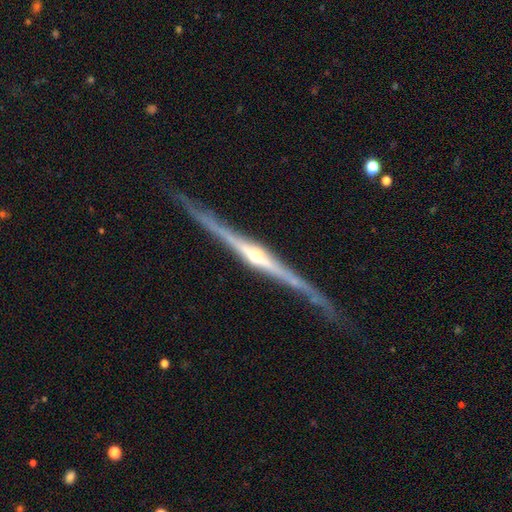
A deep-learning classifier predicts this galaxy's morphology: featured or disk 89%, smooth 6%, star or artifact 4%. Down the decision tree: edge-on disk — yes (98%); edge-on bulge — rounded (89%); merging — none (78%).